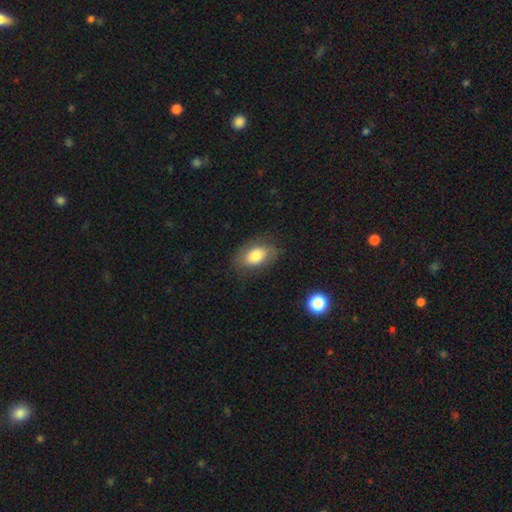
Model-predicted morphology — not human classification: Smooth or featured? Predicted: smooth (p=0.75). How rounded? Predicted: in between (p=0.90). Merging? Predicted: none (p=0.76).